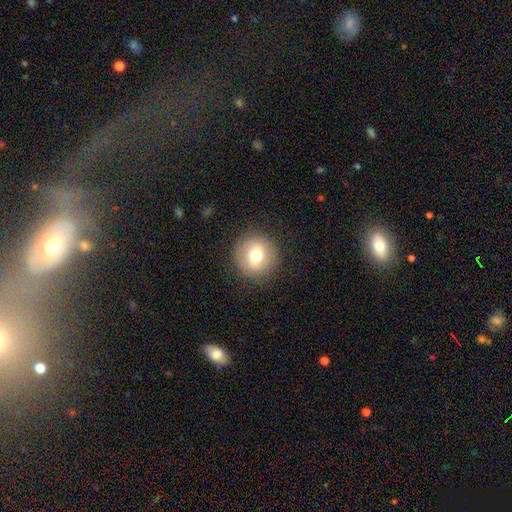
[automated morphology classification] A smooth galaxy with no disk features (70%) that is round (93%).

Vote fractions:
- Smooth or featured? smooth: 70% / featured or disk: 20% / star or artifact: 9%
- How rounded? round: 93% / in between: 6% / cigar-shaped: 1%
- Merging? none: 88% / minor disturbance: 8% / major disturbance: 3% / merger: 1%